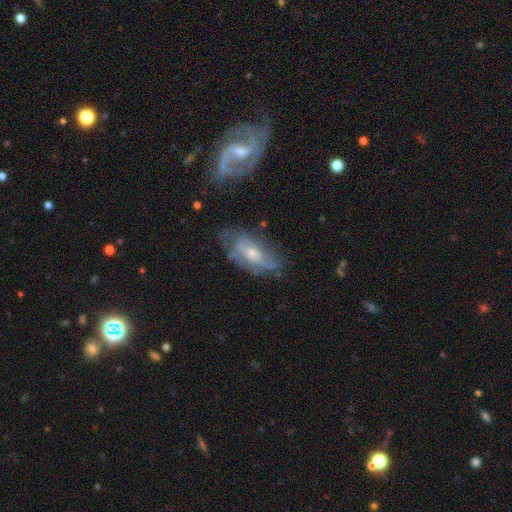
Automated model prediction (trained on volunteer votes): smooth_or_featured: featured or disk (p=0.62) [alt: smooth p=0.30]
disk_edge_on: no (p=0.86) [alt: yes p=0.14]
bar: no (p=0.64) [alt: weak p=0.29]
has_spiral_arms: yes (p=0.57) [alt: no p=0.43]
bulge_size: moderate (p=0.48) [alt: small p=0.44]
merging: none (p=0.50) [alt: minor disturbance p=0.27]